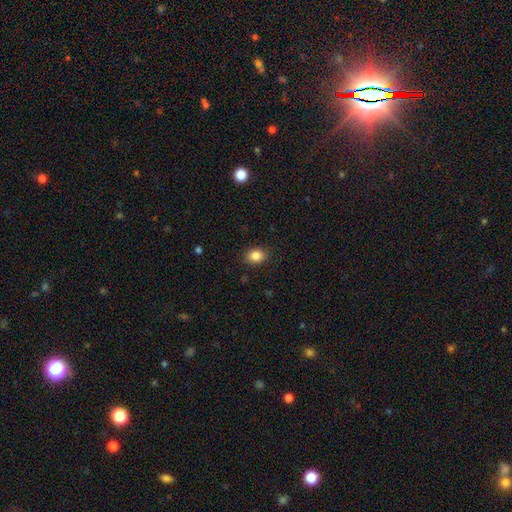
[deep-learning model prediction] This appears to be a smooth galaxy with no disk features (86%) that is in between round and cigar-shaped (61%). Merging: none (88%).